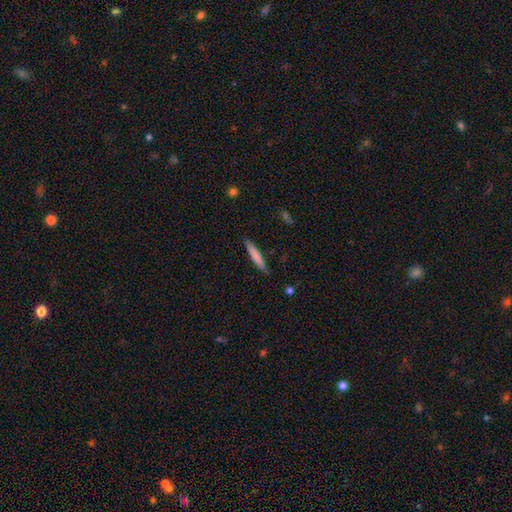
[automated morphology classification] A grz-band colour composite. It shows a smooth galaxy with no disk features (76%) that is cigar-shaped (93%). Merging: none (87%).